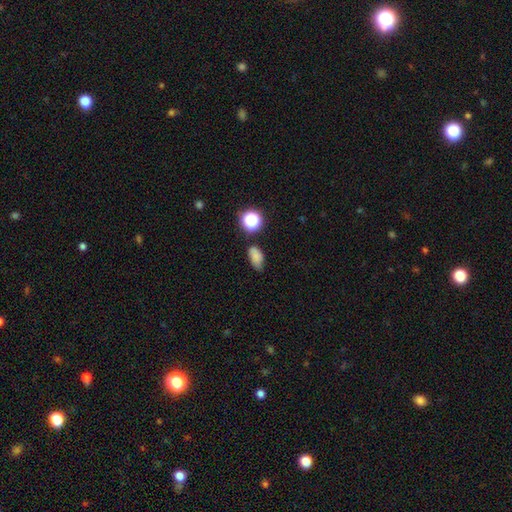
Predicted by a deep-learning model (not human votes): Smooth or featured? Predicted: smooth (p=0.77). How rounded? Predicted: in between (p=0.84). Merging? Predicted: none (p=0.63).